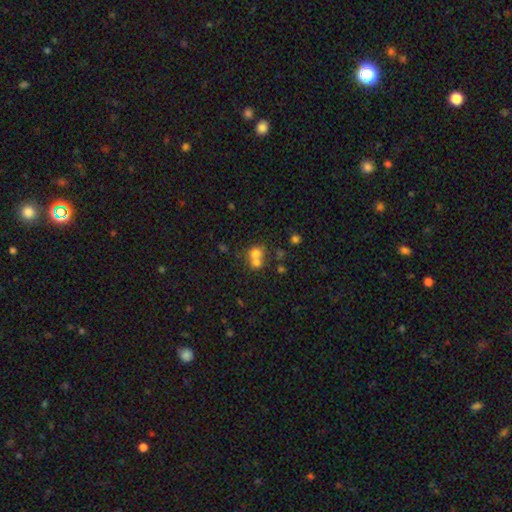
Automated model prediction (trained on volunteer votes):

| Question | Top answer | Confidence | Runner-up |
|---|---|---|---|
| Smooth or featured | smooth | 69% | featured or disk (16%) |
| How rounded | round | 72% | in between (27%) |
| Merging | merger | 60% | none (30%) |